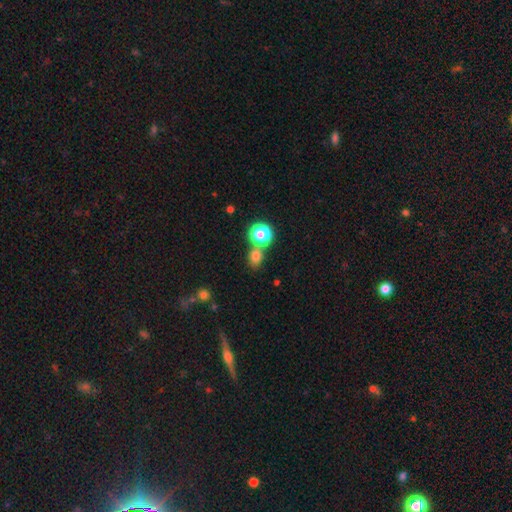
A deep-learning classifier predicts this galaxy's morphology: type=smooth (73%); roundness=round (63%); merging=none (59%).